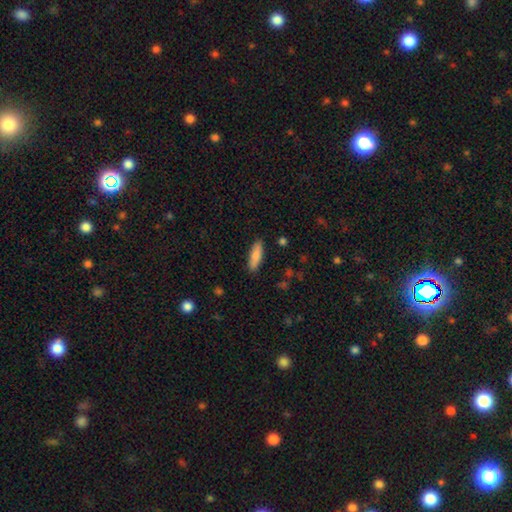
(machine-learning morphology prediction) Smooth or featured? smooth (84%)
How rounded? cigar-shaped (58%)
Merging? none (88%)